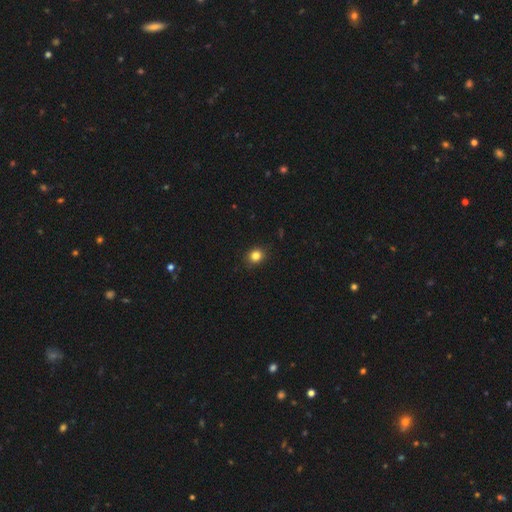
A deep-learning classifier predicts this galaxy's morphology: Q: Smooth or featured?
A: smooth (83%); runner-up: star or artifact (12%)
Q: How rounded?
A: round (77%); runner-up: in between (22%)
Q: Merging?
A: none (89%); runner-up: minor disturbance (8%)